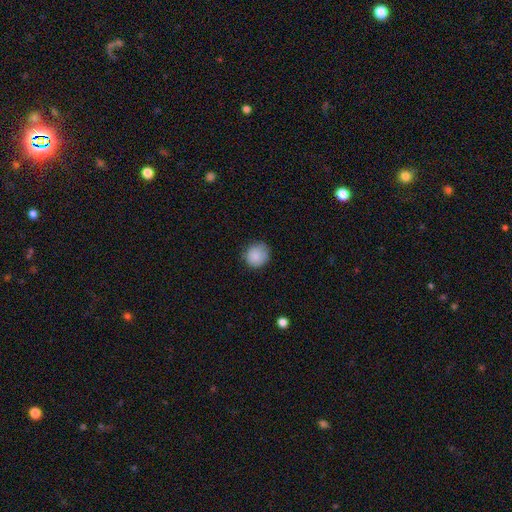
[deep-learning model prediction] smooth-or-featured: smooth: 87% | star or artifact: 8% | featured or disk: 5%
  how-rounded: round: 86% | in between: 13% | cigar-shaped: 1%
  merging: none: 78% | minor disturbance: 18% | major disturbance: 4% | merger: 1%